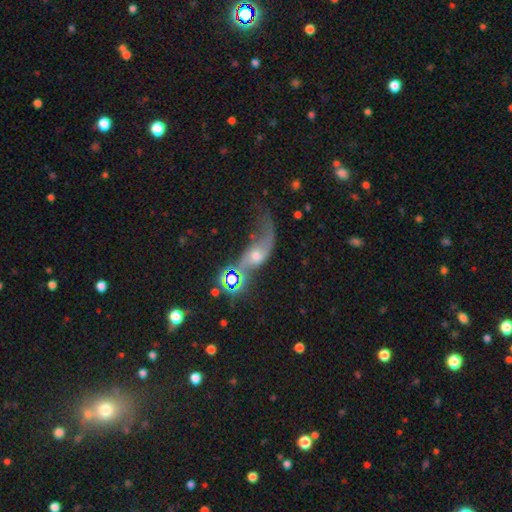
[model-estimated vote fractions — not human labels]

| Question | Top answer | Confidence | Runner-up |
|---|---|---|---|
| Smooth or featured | featured or disk | 53% | smooth (30%) |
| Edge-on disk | no | 87% | yes (13%) |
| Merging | major disturbance | 37% | merger (27%) |